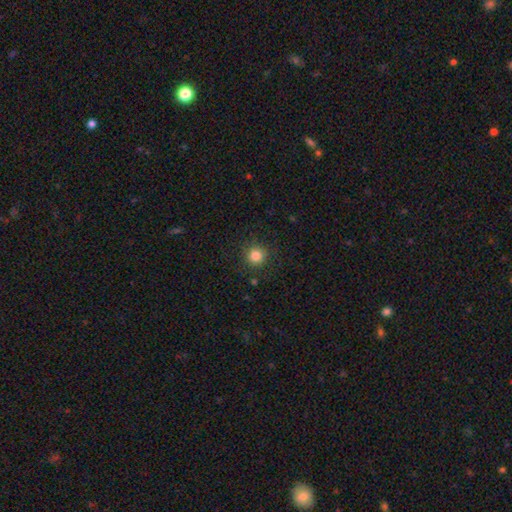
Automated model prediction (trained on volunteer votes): This appears to be a smooth galaxy with no disk features (84%) that is round (94%). Merging: none (89%).